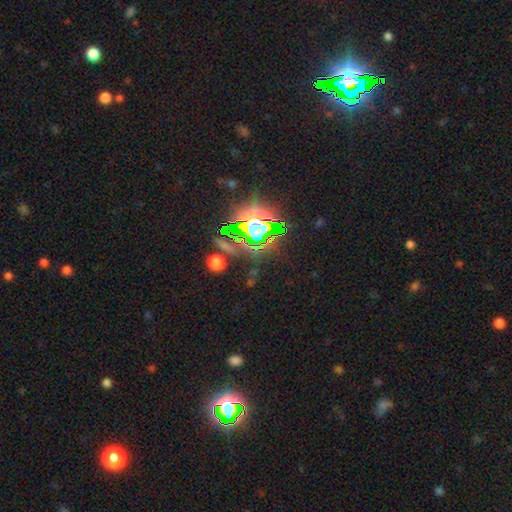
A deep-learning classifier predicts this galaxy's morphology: A star or artifact, not a galaxy (82%).